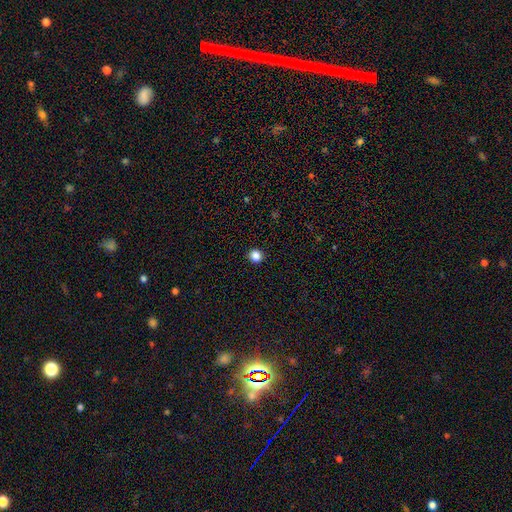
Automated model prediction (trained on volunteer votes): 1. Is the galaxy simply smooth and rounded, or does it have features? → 85% smooth, 11% star or artifact, 3% featured or disk.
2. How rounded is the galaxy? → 91% round, 8% in between, 1% cigar-shaped.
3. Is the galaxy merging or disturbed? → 93% none, 4% minor disturbance, 2% major disturbance, 1% merger.